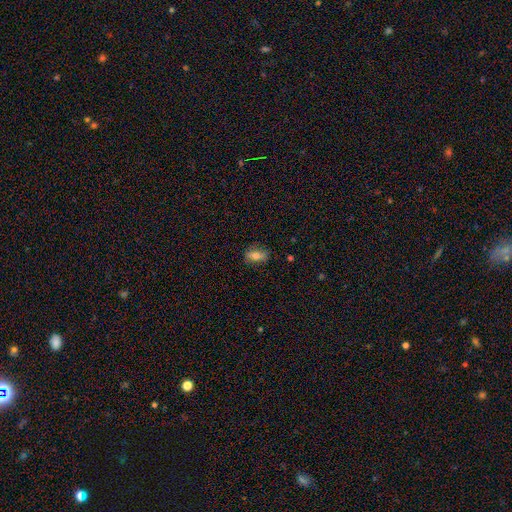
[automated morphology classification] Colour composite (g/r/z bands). It shows a smooth galaxy with no disk features (70%) that is in between round and cigar-shaped (80%). Merging: none (79%).